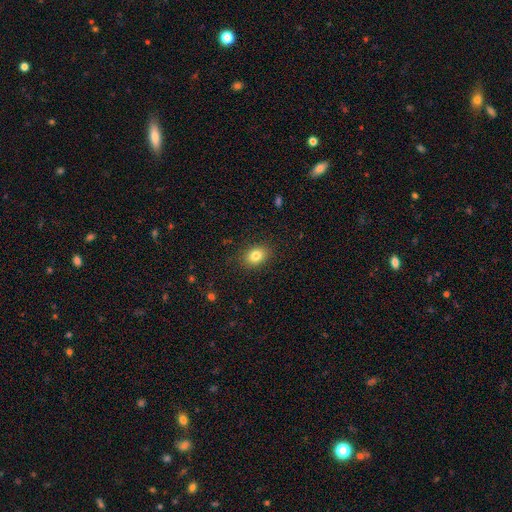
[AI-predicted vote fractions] Morphology: type=smooth (83%); roundness=in between (68%); merging=none (86%).